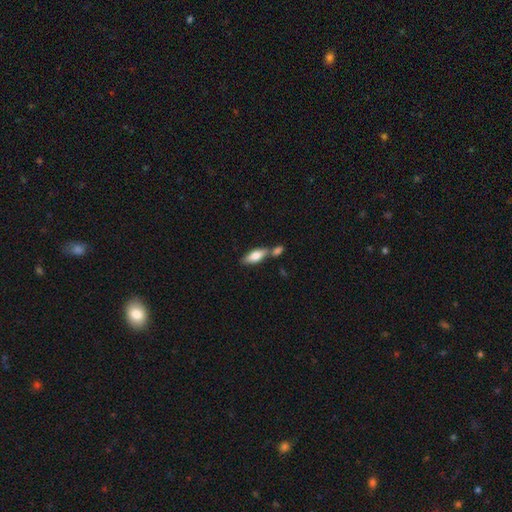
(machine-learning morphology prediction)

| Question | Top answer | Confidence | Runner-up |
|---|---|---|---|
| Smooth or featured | smooth | 69% | featured or disk (25%) |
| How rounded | in between | 69% | cigar-shaped (28%) |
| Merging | none | 52% | merger (33%) |